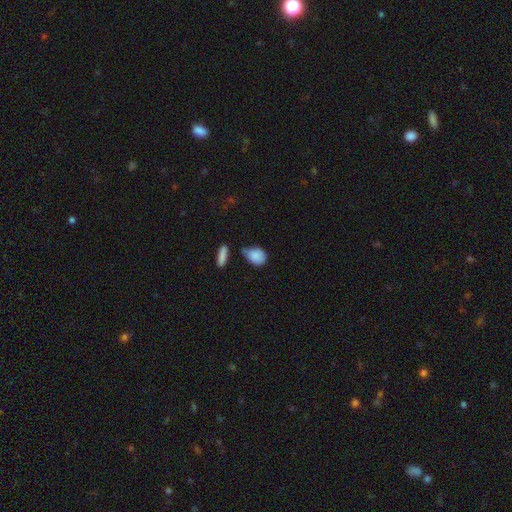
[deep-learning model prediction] Morphology: type=smooth (85%); roundness=in between (77%); merging=none (43%).